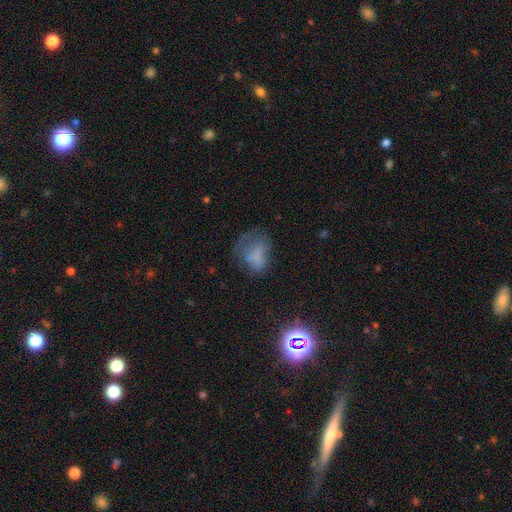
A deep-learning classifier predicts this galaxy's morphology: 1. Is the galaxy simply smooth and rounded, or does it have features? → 57% smooth, 25% featured or disk, 18% star or artifact.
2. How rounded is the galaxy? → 59% in between, 40% round, 2% cigar-shaped.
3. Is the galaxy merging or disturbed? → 39% none, 31% major disturbance, 26% minor disturbance, 4% merger.